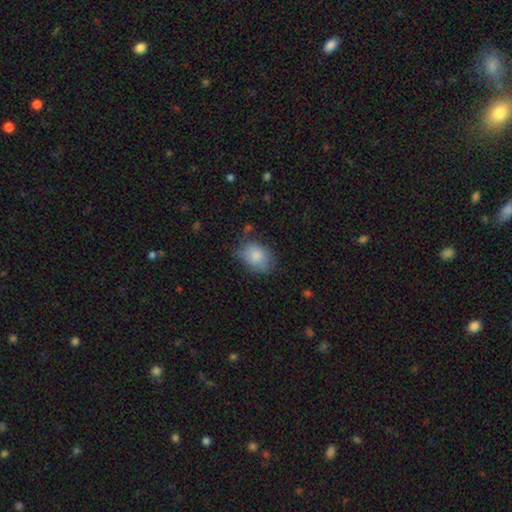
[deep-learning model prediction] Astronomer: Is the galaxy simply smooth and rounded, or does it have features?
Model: smooth — 82%.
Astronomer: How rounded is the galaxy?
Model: in between — 72%.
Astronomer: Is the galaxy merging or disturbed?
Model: none — 56%.